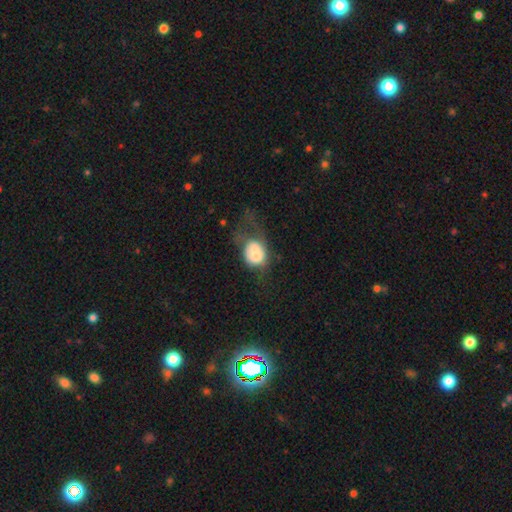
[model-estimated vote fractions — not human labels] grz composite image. It shows a smooth galaxy with no disk features (65%) that is round (52%). Merging: major disturbance (44%).